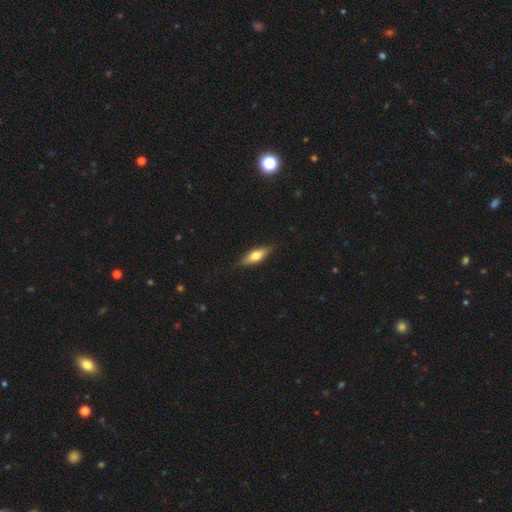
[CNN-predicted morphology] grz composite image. It shows a smooth galaxy with no disk features (54%) that is in between round and cigar-shaped (53%). Merging: none (85%).